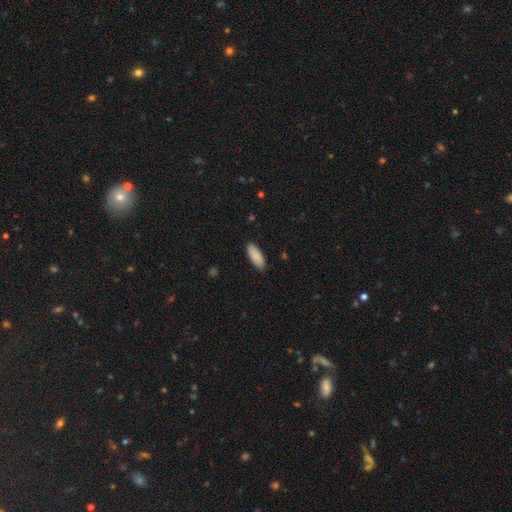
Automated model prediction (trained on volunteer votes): smooth_or_featured: smooth (p=0.88) [alt: featured or disk p=0.07]
how_rounded: in between (p=0.79) [alt: cigar-shaped p=0.19]
merging: none (p=0.88) [alt: minor disturbance p=0.09]